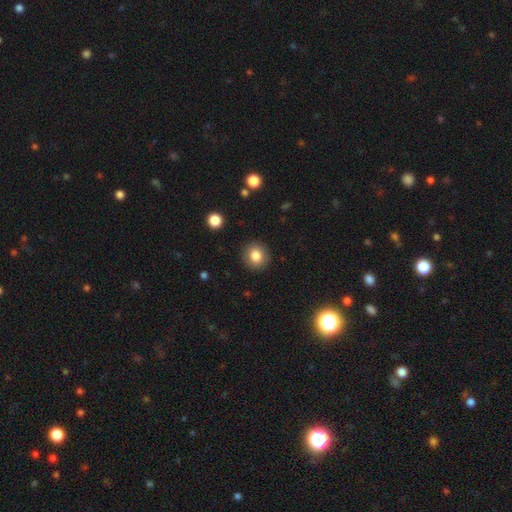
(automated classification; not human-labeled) Smooth or featured?
  - smooth: 83% *
  - star or artifact: 10%
  - featured or disk: 7%
How rounded?
  - round: 88% *
  - in between: 11%
  - cigar-shaped: 1%
Merging?
  - none: 90% *
  - minor disturbance: 7%
  - major disturbance: 2%
  - merger: 1%